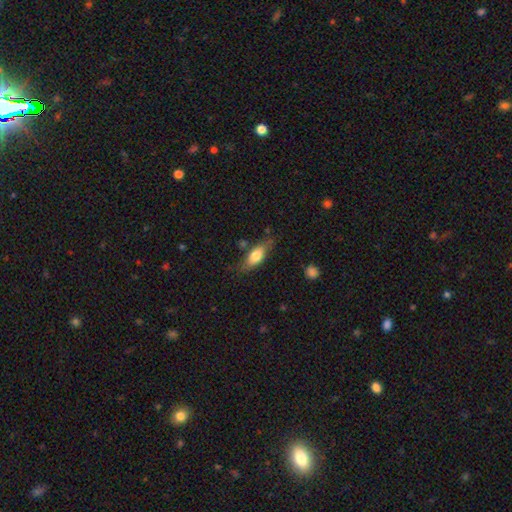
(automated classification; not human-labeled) This is likely a smooth galaxy (70%). How rounded: likely in between (71%). Merging: likely none (69%).